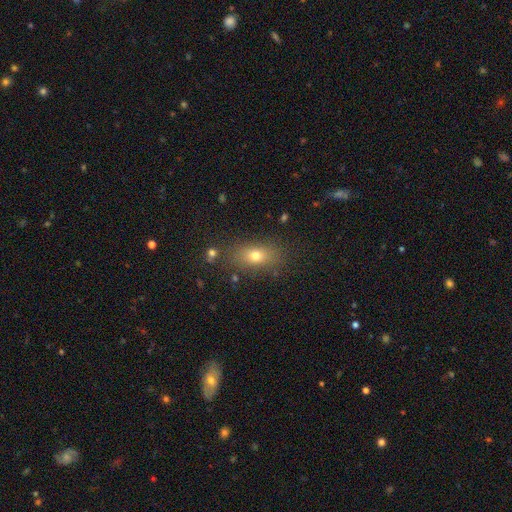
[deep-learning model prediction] Smooth or featured? smooth (70%)
How rounded? in between (74%)
Merging? none (80%)